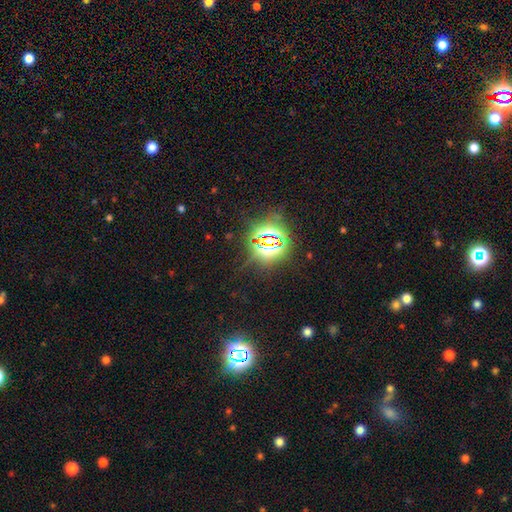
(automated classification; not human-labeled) A star or artifact, not a galaxy (81%).